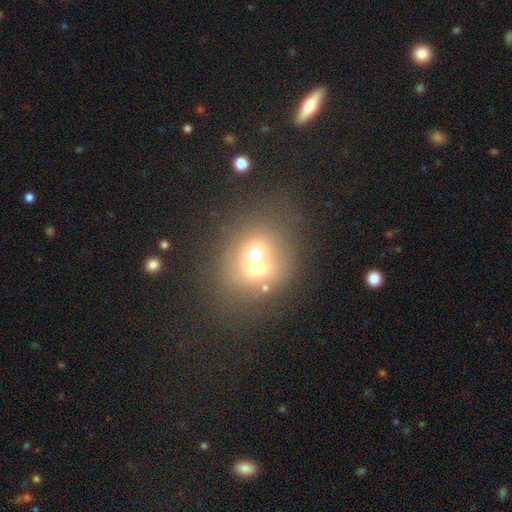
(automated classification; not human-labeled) This appears to be a smooth galaxy with no disk features (59%) that is round (70%). Merging: merger (56%).